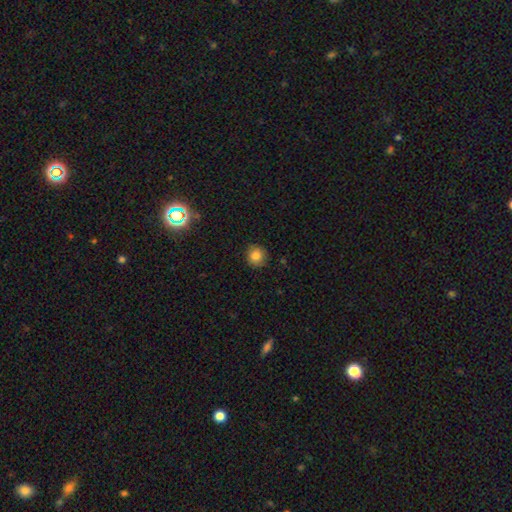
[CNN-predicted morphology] smooth 82%, star or artifact 12%, featured or disk 7%. Down the decision tree: how rounded — round (91%); merging — none (88%).